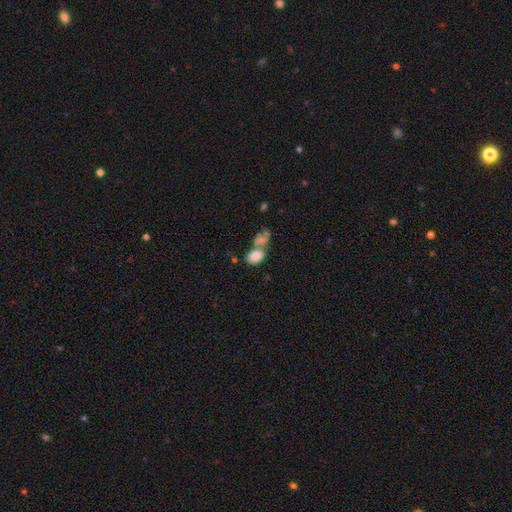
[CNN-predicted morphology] Q: Smooth or featured?
A: smooth (80%); runner-up: featured or disk (12%)
Q: How rounded?
A: in between (85%); runner-up: round (13%)
Q: Merging?
A: merger (60%); runner-up: none (23%)